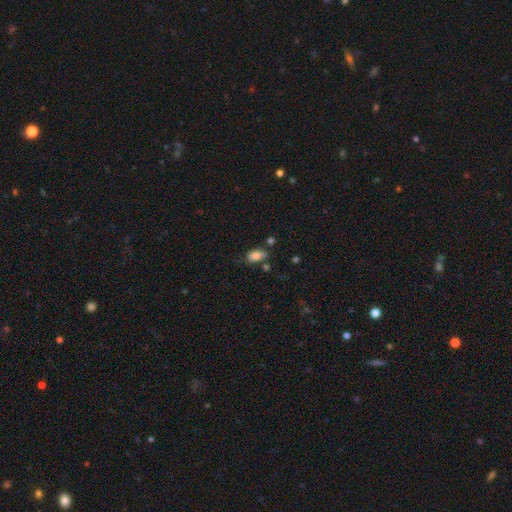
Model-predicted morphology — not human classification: type=smooth (83%); roundness=in between (91%); merging=none (64%).